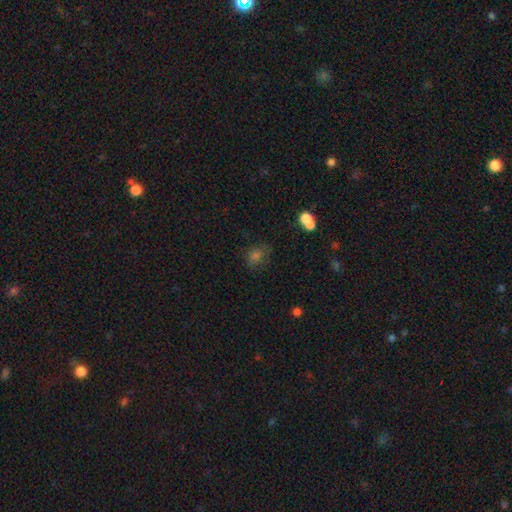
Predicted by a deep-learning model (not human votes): The model was most divided on "how rounded": round: 52%, in between: 47%, cigar-shaped: 2%. More confident: smooth or featured — smooth (67%); merging — none (64%).